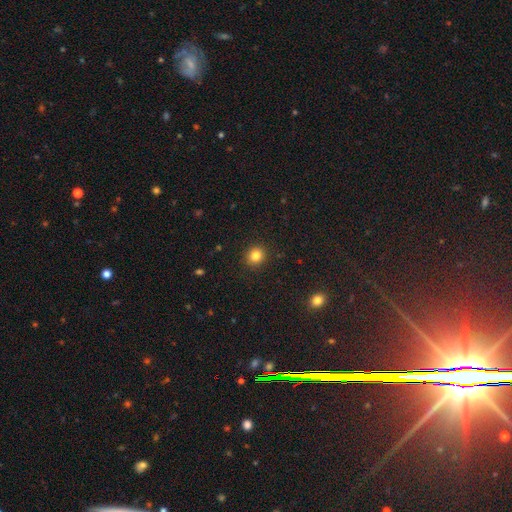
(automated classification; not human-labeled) smooth_or_featured: smooth (p=0.83) [alt: star or artifact p=0.12]
how_rounded: round (p=0.84) [alt: in between p=0.15]
merging: none (p=0.91) [alt: minor disturbance p=0.06]